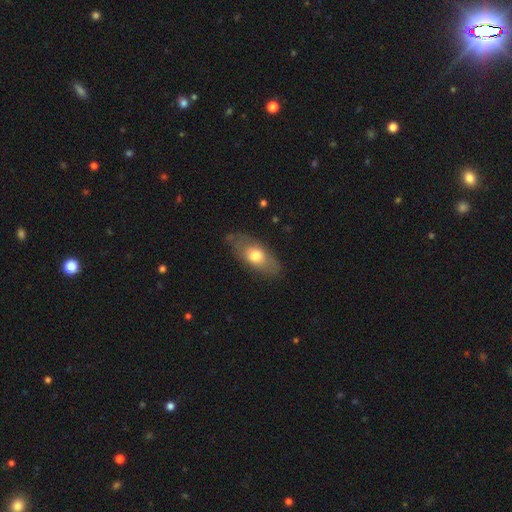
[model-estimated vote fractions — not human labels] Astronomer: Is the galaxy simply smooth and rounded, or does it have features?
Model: smooth — 63%.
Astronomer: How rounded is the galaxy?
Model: in between — 83%.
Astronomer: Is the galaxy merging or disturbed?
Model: none — 72%.